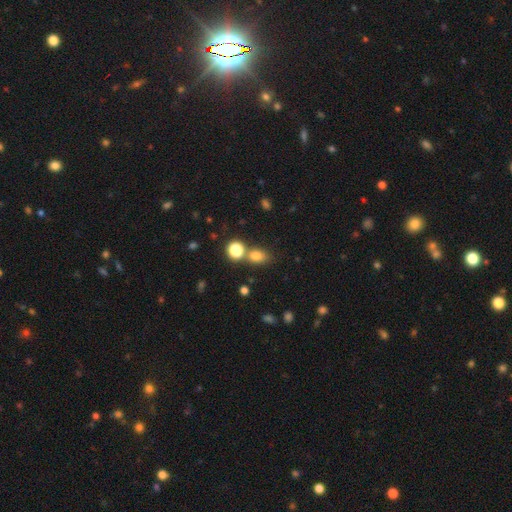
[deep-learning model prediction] The model was most divided on "how rounded": in between: 62%, round: 36%, cigar-shaped: 2%. More confident: smooth or featured — smooth (77%); merging — none (61%).